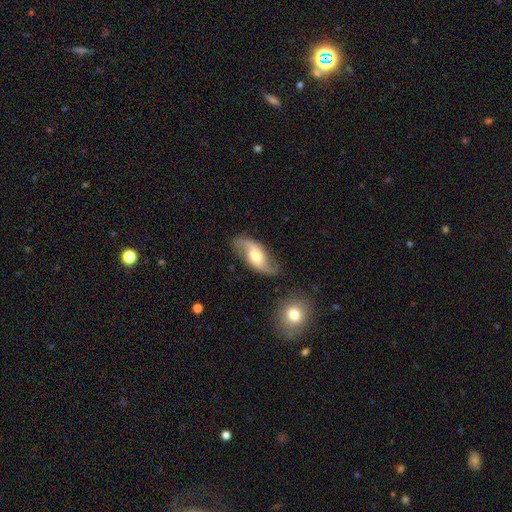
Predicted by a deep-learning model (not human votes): Smooth or featured? Predicted: featured or disk (p=0.81). Edge-on disk? Predicted: no (p=0.95). Bar? Predicted: no (p=0.48). Spiral arms? Predicted: yes (p=0.95). Spiral winding? Predicted: loose (p=0.74). Spiral arm count? Predicted: 2 (p=0.93). Bulge size? Predicted: moderate (p=0.64). Merging? Predicted: none (p=0.77).